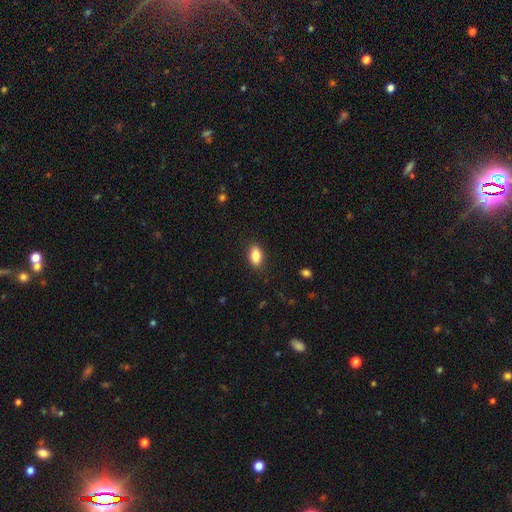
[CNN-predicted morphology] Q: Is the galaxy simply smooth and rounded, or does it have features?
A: smooth — 85%.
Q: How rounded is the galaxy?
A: in between — 89%.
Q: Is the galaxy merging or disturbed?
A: none — 86%.